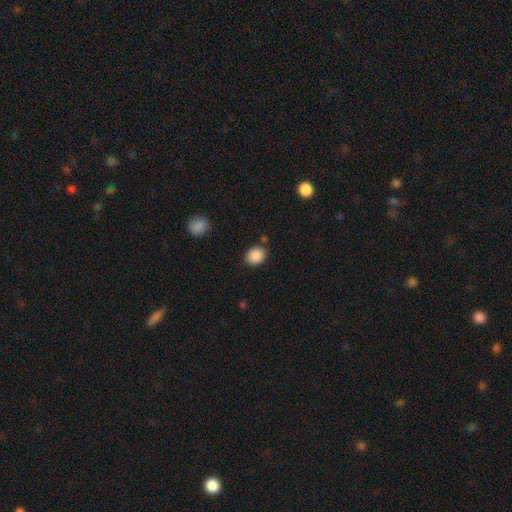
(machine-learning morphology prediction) smooth 88%, star or artifact 8%, featured or disk 4%. Down the decision tree: how rounded — in between (50%); merging — none (81%).